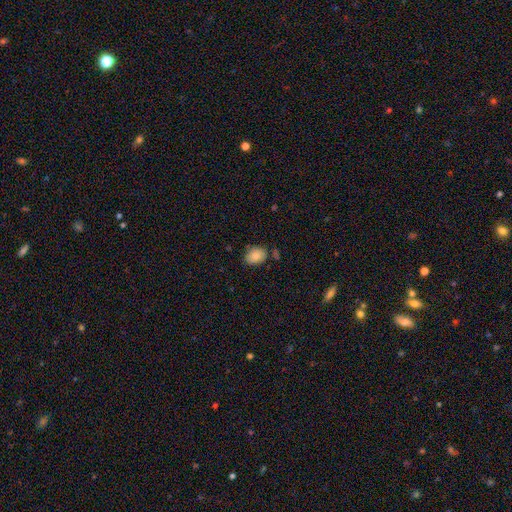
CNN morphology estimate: A smooth galaxy with no disk features (83%) that is in between round and cigar-shaped (71%). Merging: none (72%).